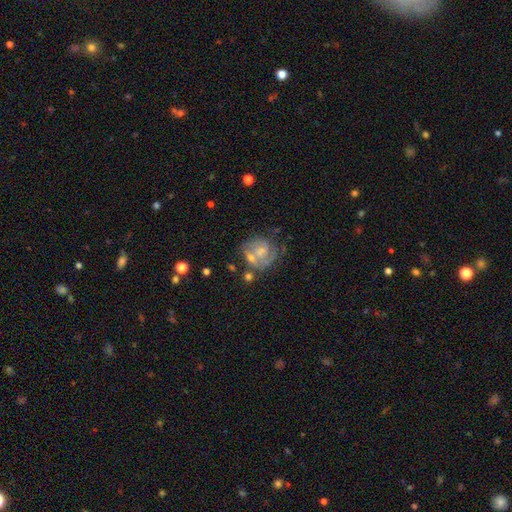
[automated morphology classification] smooth_or_featured: featured or disk (p=0.66) [alt: smooth p=0.24]
disk_edge_on: no (p=0.98) [alt: yes p=0.02]
bar: no (p=0.63) [alt: weak p=0.31]
has_spiral_arms: yes (p=0.73) [alt: no p=0.27]
bulge_size: small (p=0.38) [alt: moderate p=0.35]
merging: none (p=0.47) [alt: minor disturbance p=0.21]